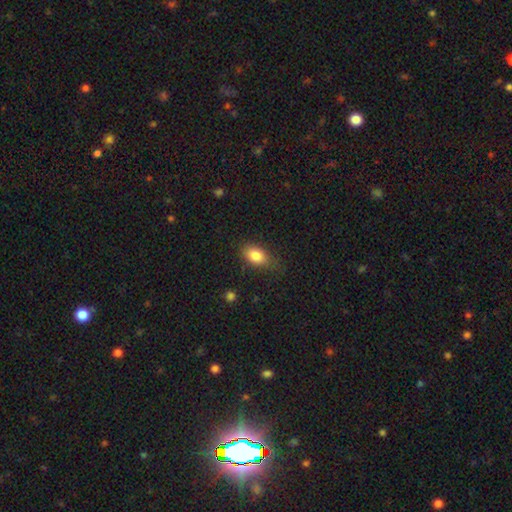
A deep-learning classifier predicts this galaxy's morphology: This appears to be a smooth galaxy with no disk features (83%) that is in between round and cigar-shaped (85%). Merging: none (71%).